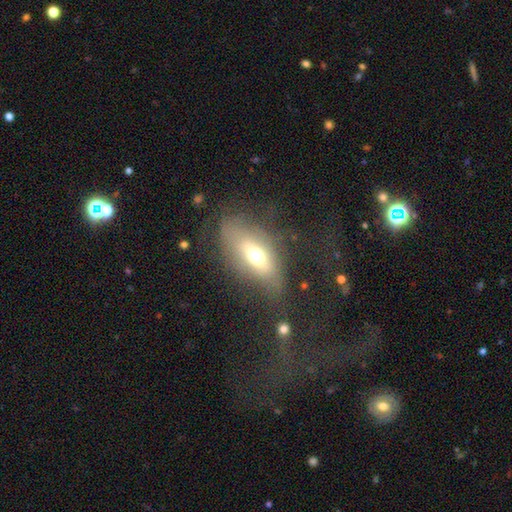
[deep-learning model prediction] A smooth galaxy with no disk features (55%) that is in between round and cigar-shaped (81%).

Vote fractions:
- Smooth or featured? smooth: 55% / featured or disk: 35% / star or artifact: 10%
- How rounded? in between: 81% / cigar-shaped: 12% / round: 7%
- Merging? none: 48% / minor disturbance: 25% / major disturbance: 24% / merger: 3%